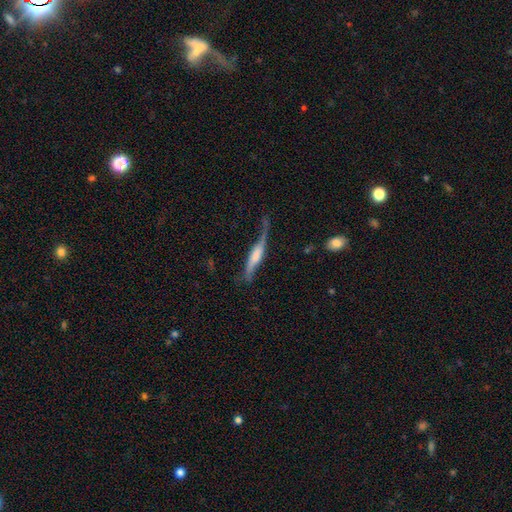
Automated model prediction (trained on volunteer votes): featured or disk 57%, smooth 36%, star or artifact 6%. Down the decision tree: edge-on disk — yes (73%); merging — none (41%).